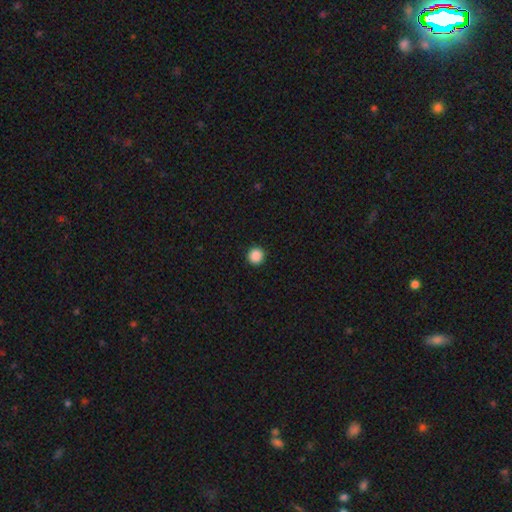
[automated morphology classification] smooth-or-featured: smooth: 89% | star or artifact: 9% | featured or disk: 2%
  how-rounded: round: 94% | in between: 5% | cigar-shaped: 1%
  merging: none: 93% | minor disturbance: 4% | major disturbance: 2% | merger: 1%